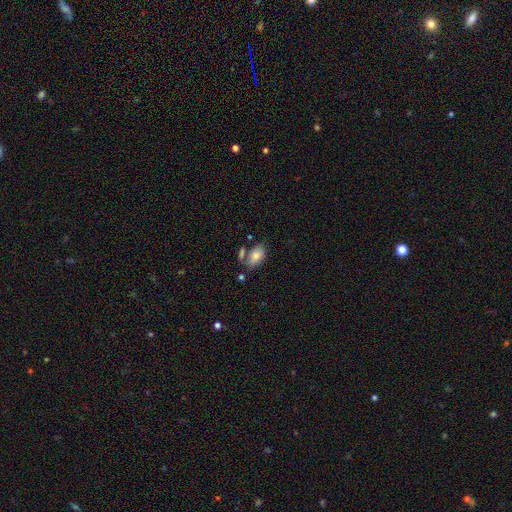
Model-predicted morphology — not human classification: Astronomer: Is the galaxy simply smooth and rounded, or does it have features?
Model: smooth — 74%.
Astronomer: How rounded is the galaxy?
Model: in between — 91%.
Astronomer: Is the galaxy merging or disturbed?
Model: none — 59%.